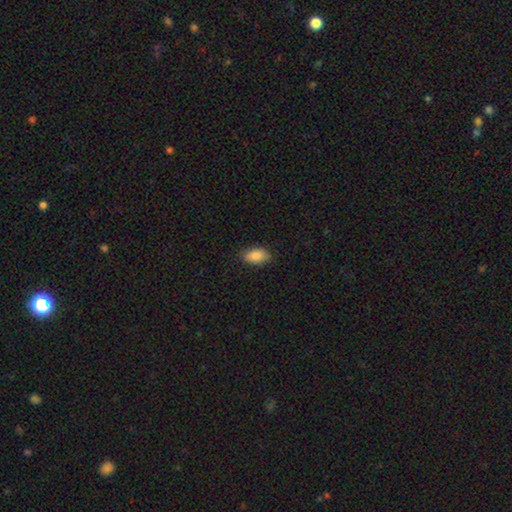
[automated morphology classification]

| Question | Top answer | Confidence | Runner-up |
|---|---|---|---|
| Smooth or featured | smooth | 88% | star or artifact (7%) |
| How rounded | in between | 92% | round (5%) |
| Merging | none | 84% | minor disturbance (12%) |